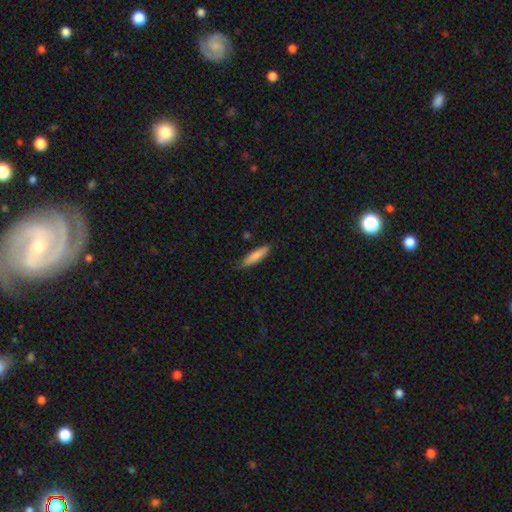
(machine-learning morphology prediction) smooth 83%, featured or disk 11%, star or artifact 6%. Down the decision tree: how rounded — cigar-shaped (74%); merging — none (83%).